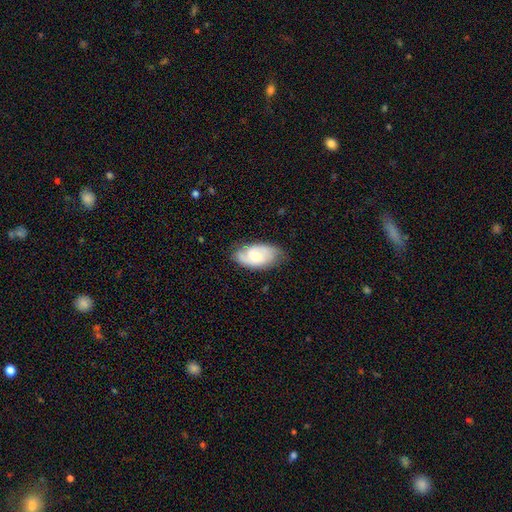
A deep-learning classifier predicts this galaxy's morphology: A featured or disk galaxy (60%) with no bar (62%), 2 (62%) medium (43%) spiral arms (90%) and a moderate central bulge (47%). Merging: none (71%).